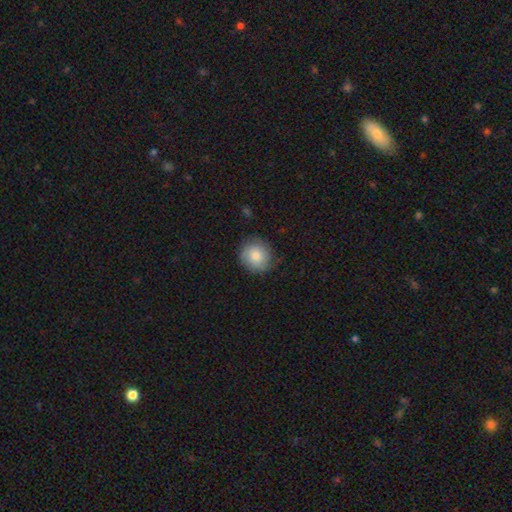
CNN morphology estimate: Smooth or featured: smooth — 81% (featured or disk — 12%)
How rounded: round — 86% (in between — 13%)
Merging: none — 81% (minor disturbance — 15%)